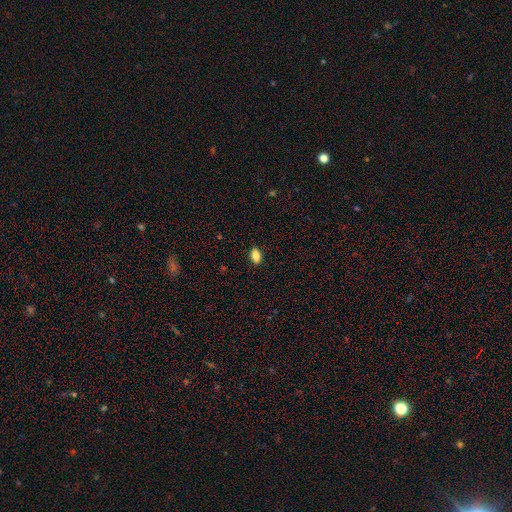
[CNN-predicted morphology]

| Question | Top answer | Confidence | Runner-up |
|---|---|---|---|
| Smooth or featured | smooth | 84% | star or artifact (9%) |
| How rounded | in between | 88% | round (7%) |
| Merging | none | 88% | minor disturbance (9%) |